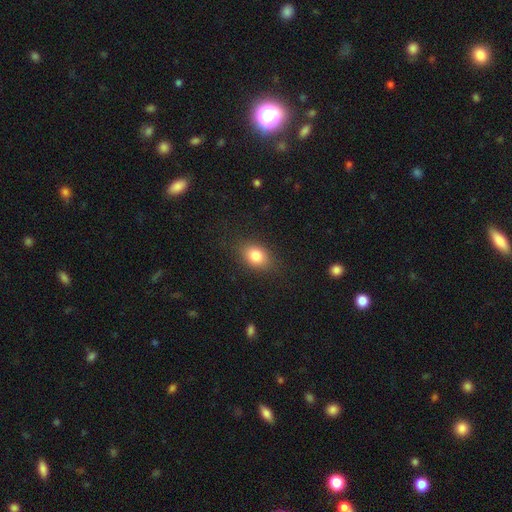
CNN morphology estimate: This is clearly a smooth galaxy (82%). How rounded: likely in between (69%). Merging: clearly none (83%).